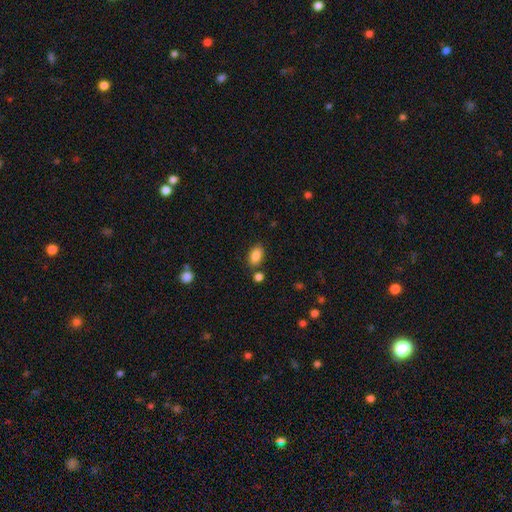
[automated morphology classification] The model was most divided on "merging": none: 78%, minor disturbance: 12%, merger: 8%, major disturbance: 3%. More confident: how rounded — in between (91%); smooth or featured — smooth (87%).